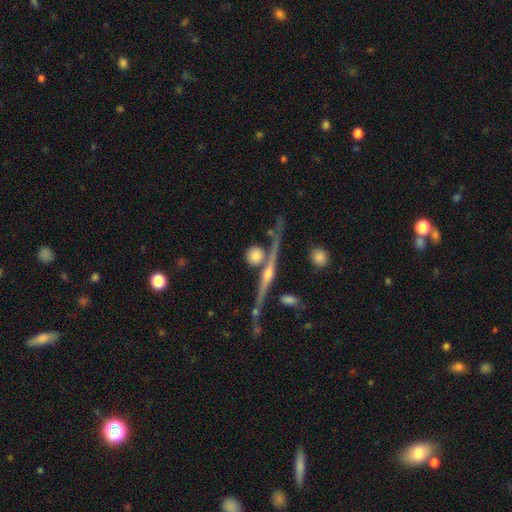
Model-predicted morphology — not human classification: Smooth or featured? featured or disk (47%)
Merging? none (67%)